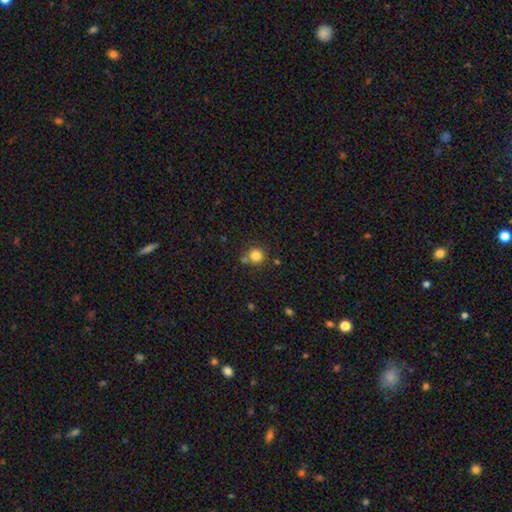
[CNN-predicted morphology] This is clearly a smooth galaxy (82%). How rounded: clearly round (91%). Merging: likely none (71%).